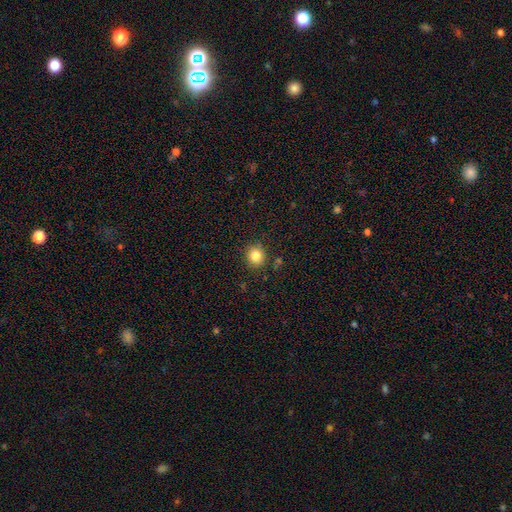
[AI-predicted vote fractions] Morphology: type=smooth (83%); roundness=round (84%); merging=none (87%).